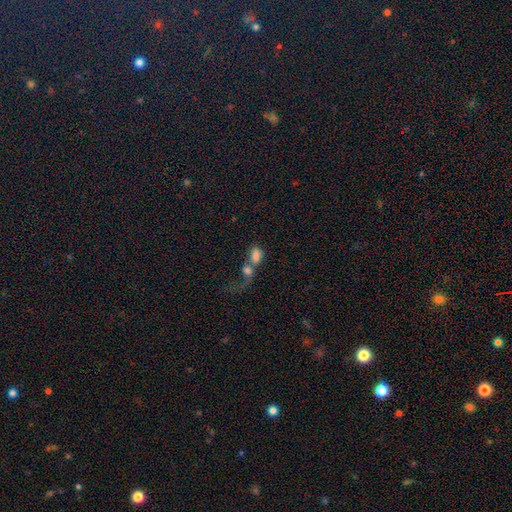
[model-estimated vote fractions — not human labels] A smooth galaxy with no disk features (71%) that is in between round and cigar-shaped (79%). Merging: merger (71%).